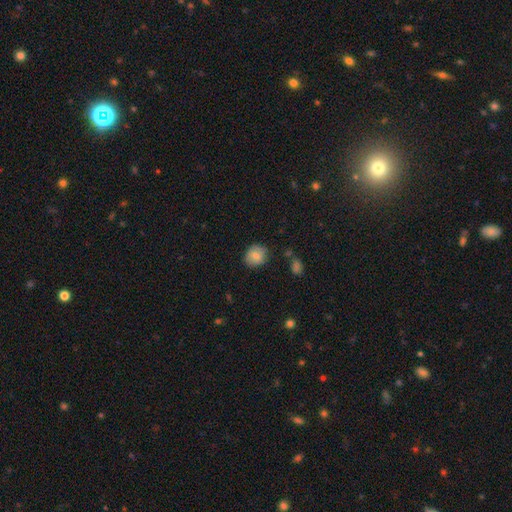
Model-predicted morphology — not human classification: This appears to be a smooth galaxy with no disk features (78%) that is round (74%). Merging: none (81%).